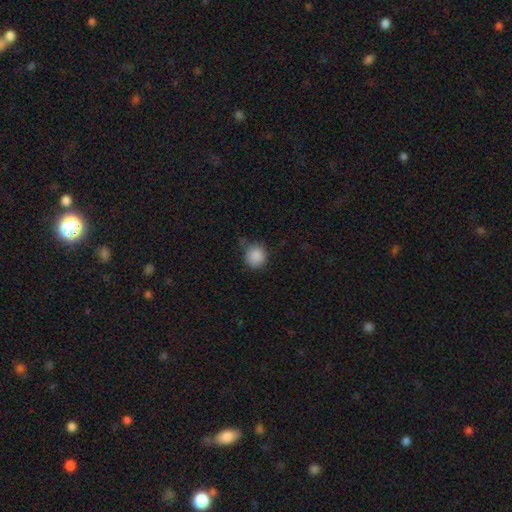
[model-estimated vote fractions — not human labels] A smooth galaxy with no disk features (88%) that is round (83%).

Vote fractions:
- Smooth or featured? smooth: 88% / star or artifact: 9% / featured or disk: 4%
- How rounded? round: 83% / in between: 16% / cigar-shaped: 1%
- Merging? none: 73% / minor disturbance: 19% / major disturbance: 5% / merger: 3%